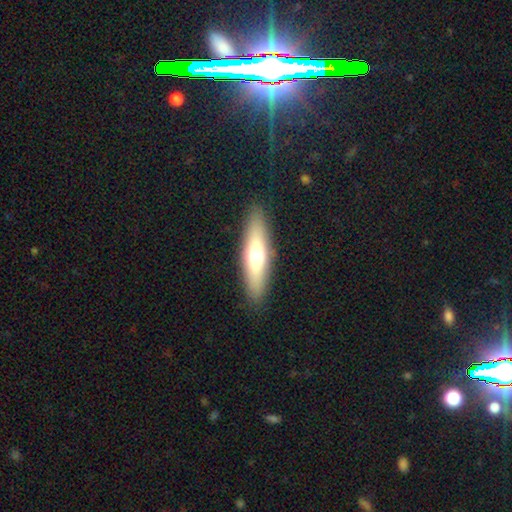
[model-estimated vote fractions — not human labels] A smooth galaxy with no disk features (55%) that is cigar-shaped (67%).

Vote fractions:
- Smooth or featured? smooth: 55% / featured or disk: 39% / star or artifact: 7%
- How rounded? cigar-shaped: 67% / in between: 31% / round: 2%
- Merging? none: 89% / minor disturbance: 8% / major disturbance: 2% / merger: 1%